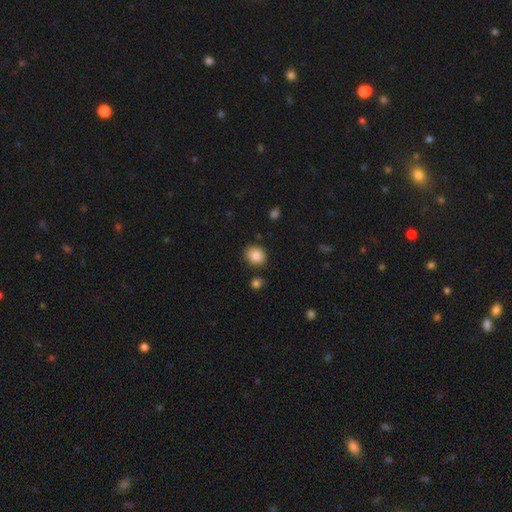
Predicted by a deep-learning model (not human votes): smooth 87%, star or artifact 9%, featured or disk 5%. Down the decision tree: how rounded — round (63%); merging — none (82%).